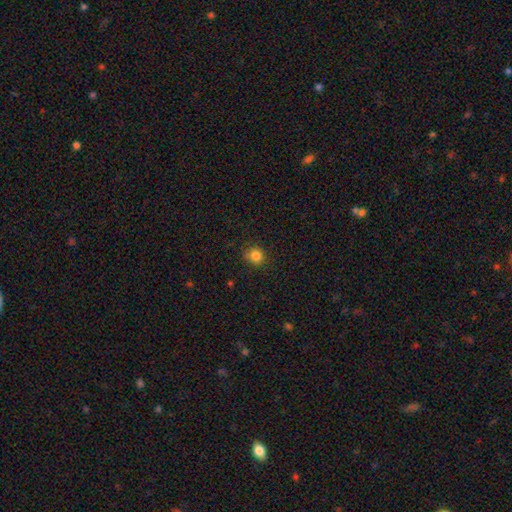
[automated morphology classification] smooth_or_featured: smooth (p=0.83) [alt: star or artifact p=0.13]
how_rounded: round (p=0.84) [alt: in between p=0.15]
merging: none (p=0.82) [alt: minor disturbance p=0.13]